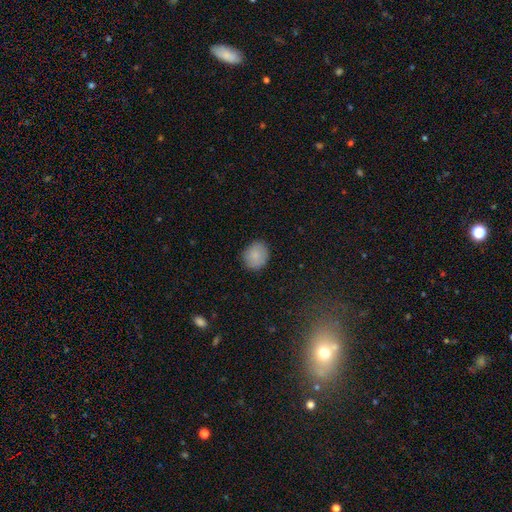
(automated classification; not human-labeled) The model was most divided on "how rounded": round: 74%, in between: 26%, cigar-shaped: 1%. More confident: smooth or featured — smooth (87%); merging — none (86%).